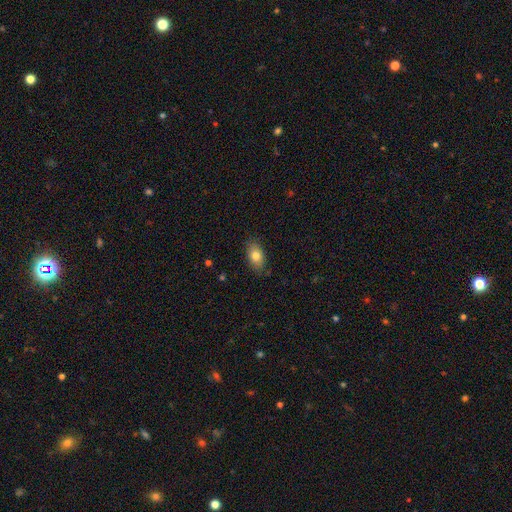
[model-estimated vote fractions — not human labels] Smooth or featured? smooth (80%)
How rounded? in between (88%)
Merging? none (84%)